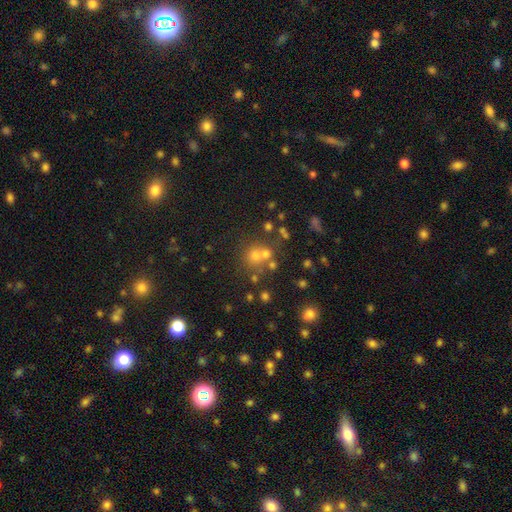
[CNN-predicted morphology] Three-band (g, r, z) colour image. It shows a smooth galaxy with no disk features (57%) that is round (85%). Merging: none (51%).